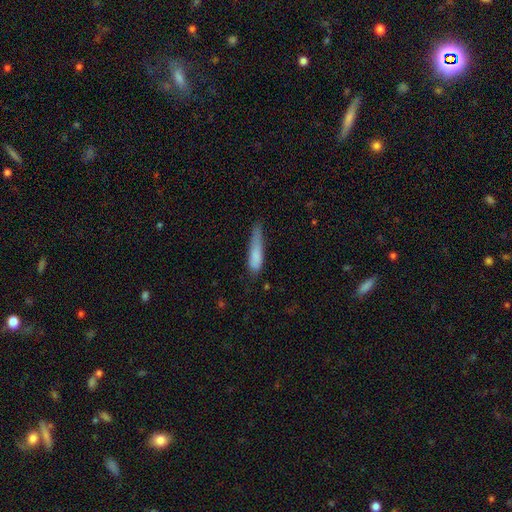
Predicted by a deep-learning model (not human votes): smooth_or_featured: smooth (p=0.79) [alt: featured or disk p=0.14]
how_rounded: cigar-shaped (p=0.79) [alt: in between p=0.19]
merging: none (p=0.41) [alt: minor disturbance p=0.40]